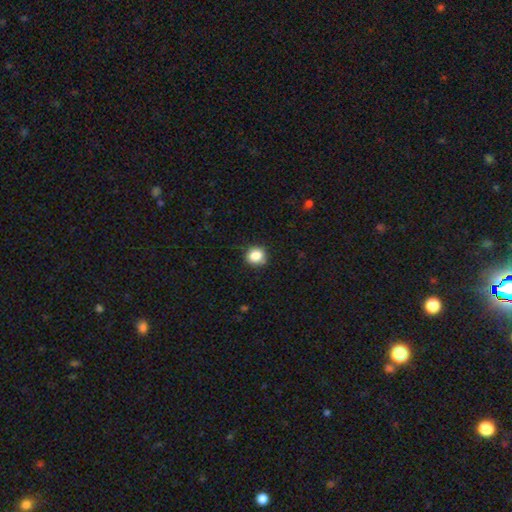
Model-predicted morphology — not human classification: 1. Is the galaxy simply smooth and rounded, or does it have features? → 85% smooth, 10% star or artifact, 5% featured or disk.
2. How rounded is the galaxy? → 82% round, 17% in between, 1% cigar-shaped.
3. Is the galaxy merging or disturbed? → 78% none, 17% minor disturbance, 3% major disturbance, 2% merger.